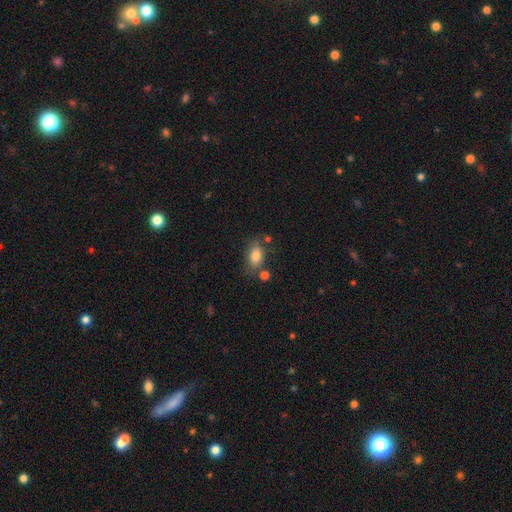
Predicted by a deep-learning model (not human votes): smooth 81%, featured or disk 10%, star or artifact 9%. Down the decision tree: how rounded — in between (83%); merging — none (68%).